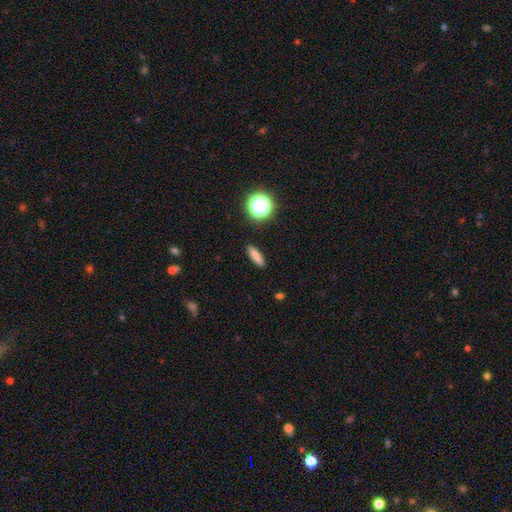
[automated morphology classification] A smooth galaxy with no disk features (79%) that is cigar-shaped (57%).

Vote fractions:
- Smooth or featured? smooth: 79% / star or artifact: 12% / featured or disk: 9%
- How rounded? cigar-shaped: 57% / in between: 35% / round: 8%
- Merging? none: 89% / minor disturbance: 8% / major disturbance: 2% / merger: 1%